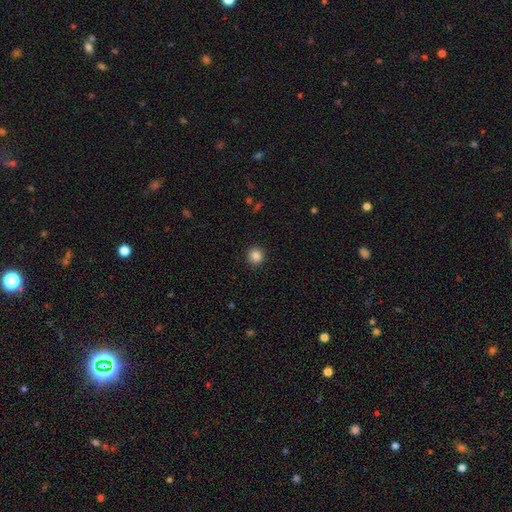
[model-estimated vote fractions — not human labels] This appears to be a smooth galaxy with no disk features (85%) that is round (94%). Merging: none (92%).